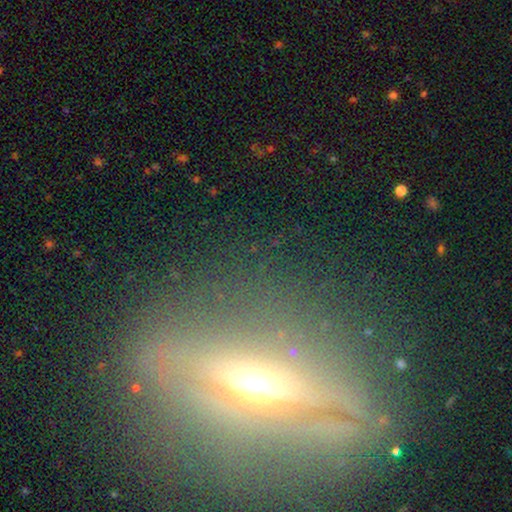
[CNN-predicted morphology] smooth_or_featured: featured or disk (p=0.56) [alt: smooth p=0.22]
disk_edge_on: yes (p=0.73) [alt: no p=0.27]
merging: none (p=0.80) [alt: minor disturbance p=0.11]